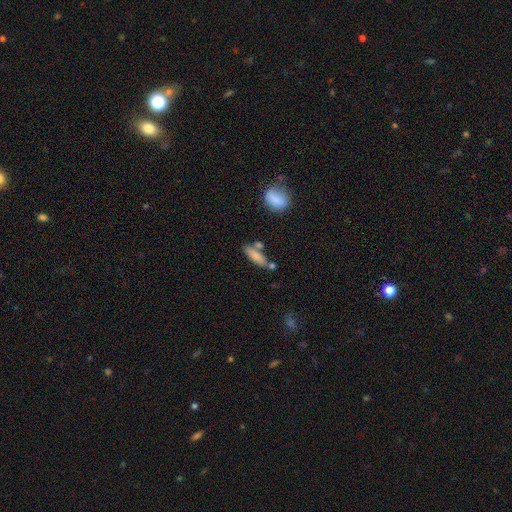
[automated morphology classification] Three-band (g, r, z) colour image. It shows a smooth galaxy with no disk features (81%) that is cigar-shaped (49%). Merging: none (62%).